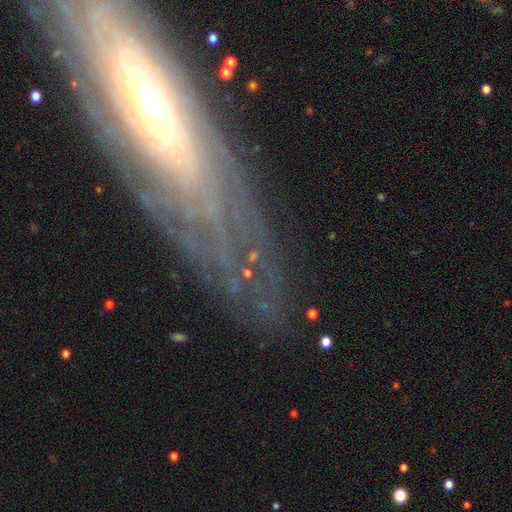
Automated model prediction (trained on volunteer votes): smooth-or-featured: featured or disk: 72% | smooth: 14% | star or artifact: 14%
  disk-edge-on: no: 74% | yes: 26%
    bar: no: 64% | weak: 22% | strong: 13%
    has-spiral-arms: yes: 75% | no: 25%
    bulge-size: moderate: 45% | small: 32% | large: 15% | none: 5% | dominant: 4%
  merging: none: 73% | minor disturbance: 15% | major disturbance: 10% | merger: 2%